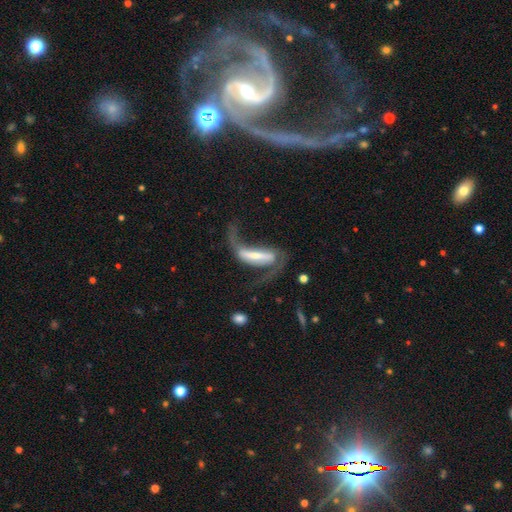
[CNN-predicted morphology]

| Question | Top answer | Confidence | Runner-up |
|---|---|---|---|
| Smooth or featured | featured or disk | 79% | smooth (15%) |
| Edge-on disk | no | 85% | yes (15%) |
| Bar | strong | 71% | weak (19%) |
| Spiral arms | yes | 90% | no (10%) |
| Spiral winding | loose | 82% | medium (14%) |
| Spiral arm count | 2 | 83% | 1 (12%) |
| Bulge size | small | 38% | moderate (28%) |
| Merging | none | 43% | major disturbance (37%) |